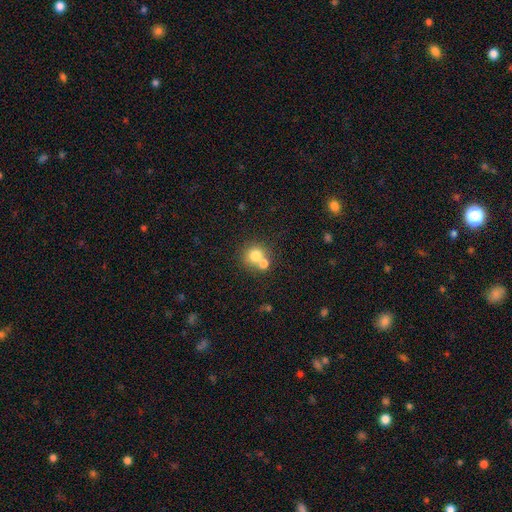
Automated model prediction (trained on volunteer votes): This appears to be a smooth galaxy with no disk features (75%) that is round (85%). Merging: none (48%).